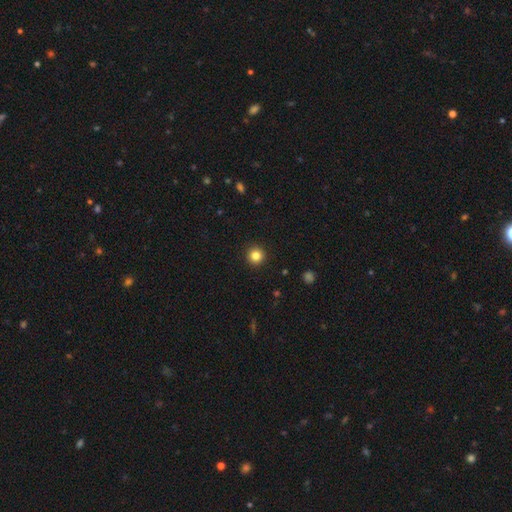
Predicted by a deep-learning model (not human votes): Q: Smooth or featured?
A: smooth (83%); runner-up: star or artifact (12%)
Q: How rounded?
A: round (96%); runner-up: in between (3%)
Q: Merging?
A: none (93%); runner-up: minor disturbance (4%)